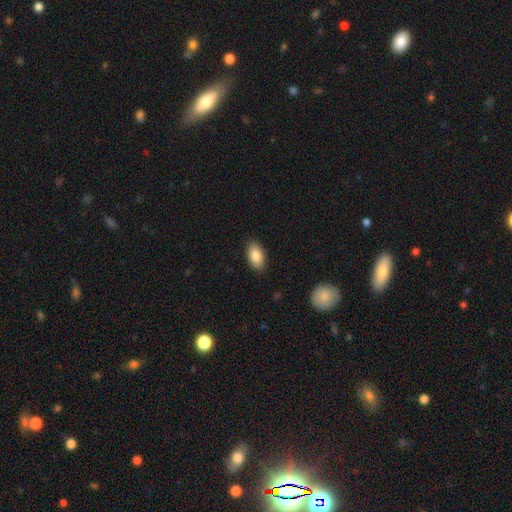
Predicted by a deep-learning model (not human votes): smooth-or-featured: smooth: 86% | featured or disk: 7% | star or artifact: 7%
  how-rounded: in between: 94% | round: 4% | cigar-shaped: 3%
  merging: none: 89% | minor disturbance: 8% | major disturbance: 2% | merger: 1%